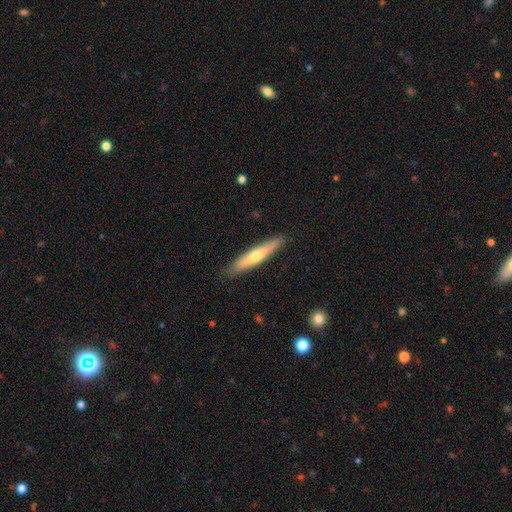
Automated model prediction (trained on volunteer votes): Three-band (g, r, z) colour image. It shows a smooth galaxy with no disk features (48%). Merging: none (89%).